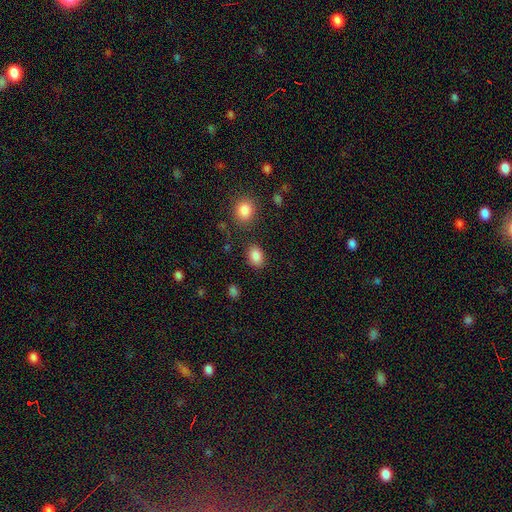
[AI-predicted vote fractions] This appears to be a smooth galaxy with no disk features (86%) that is in between round and cigar-shaped (76%). Merging: none (82%).